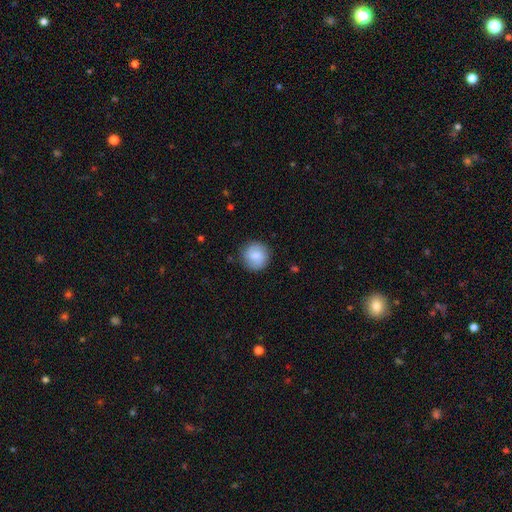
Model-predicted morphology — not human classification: A smooth galaxy with no disk features (79%) that is round (92%).

Vote fractions:
- Smooth or featured? smooth: 79% / featured or disk: 15% / star or artifact: 7%
- How rounded? round: 92% / in between: 7% / cigar-shaped: 1%
- Merging? none: 85% / minor disturbance: 11% / major disturbance: 3% / merger: 1%